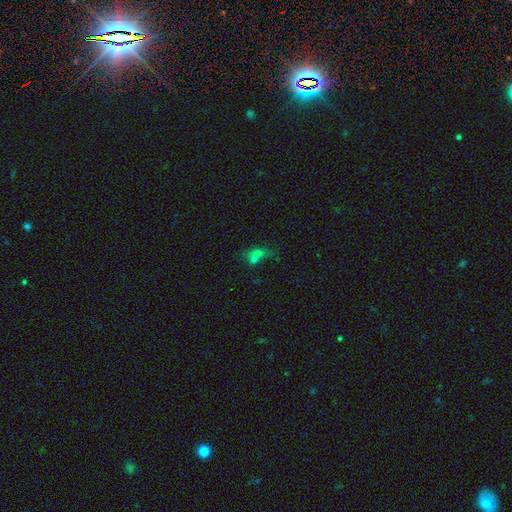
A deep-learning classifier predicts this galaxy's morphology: Smooth or featured? Predicted: smooth (p=0.55). How rounded? Predicted: in between (p=0.64). Merging? Predicted: merger (p=0.45).